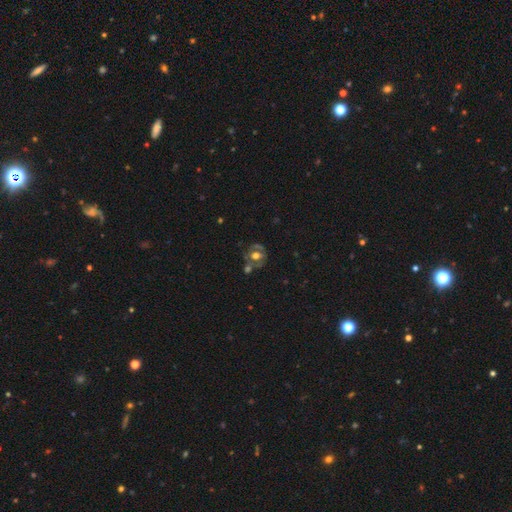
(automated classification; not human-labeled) Smooth or featured?
  - featured or disk: 55% *
  - smooth: 35%
  - star or artifact: 10%
Edge-on disk?
  - no: 95% *
  - yes: 5%
Bar?
  - no: 69% *
  - weak: 23%
  - strong: 9%
Spiral arms?
  - no: 62% *
  - yes: 38%
Bulge size?
  - moderate: 57% *
  - large: 31%
  - small: 7%
  - none: 2%
  - dominant: 2%
Merging?
  - none: 50% *
  - merger: 24%
  - minor disturbance: 17%
  - major disturbance: 9%